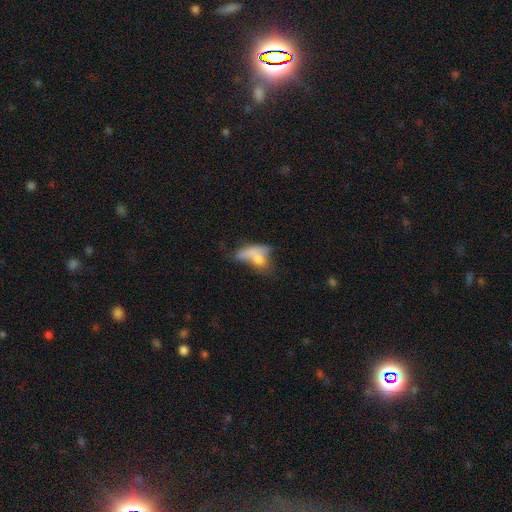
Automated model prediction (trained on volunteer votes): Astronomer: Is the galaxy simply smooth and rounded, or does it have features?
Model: smooth — 60%.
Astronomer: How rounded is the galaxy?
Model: in between — 75%.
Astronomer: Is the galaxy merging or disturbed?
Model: merger — 39% (runner-up: major disturbance, 25%).